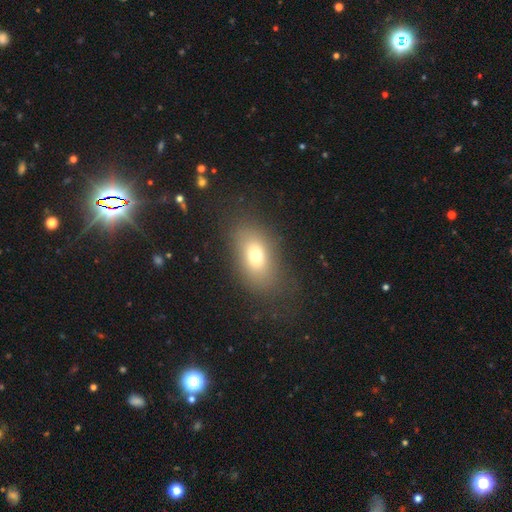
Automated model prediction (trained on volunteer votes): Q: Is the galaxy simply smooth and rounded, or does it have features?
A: smooth — 70%.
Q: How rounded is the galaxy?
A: in between — 82%.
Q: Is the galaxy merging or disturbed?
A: none — 75%.